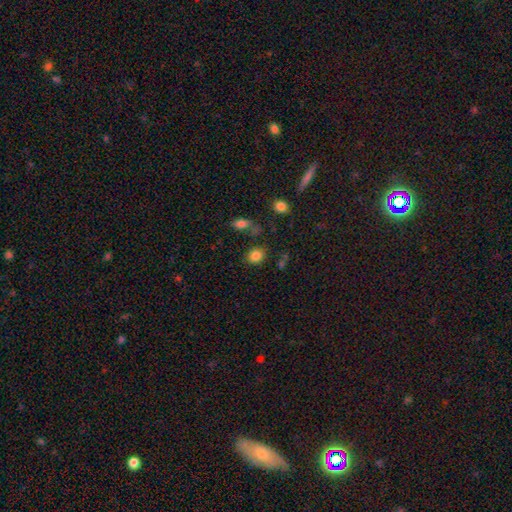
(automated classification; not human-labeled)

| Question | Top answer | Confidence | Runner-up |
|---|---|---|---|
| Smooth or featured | smooth | 84% | star or artifact (11%) |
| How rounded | round | 55% | in between (44%) |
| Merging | none | 76% | minor disturbance (13%) |